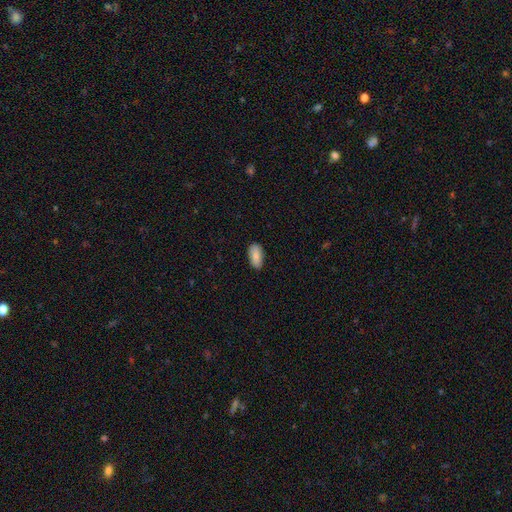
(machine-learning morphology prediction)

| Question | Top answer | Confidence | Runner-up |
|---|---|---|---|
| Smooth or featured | smooth | 84% | featured or disk (9%) |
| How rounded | in between | 93% | cigar-shaped (4%) |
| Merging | none | 85% | minor disturbance (12%) |